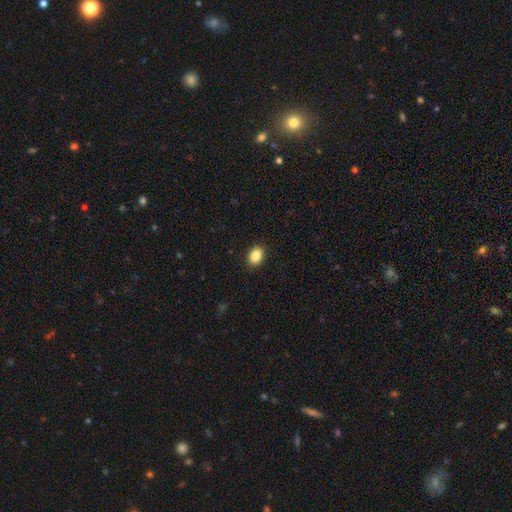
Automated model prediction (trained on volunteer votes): This appears to be a smooth galaxy with no disk features (87%) that is in between round and cigar-shaped (76%). Merging: none (91%).